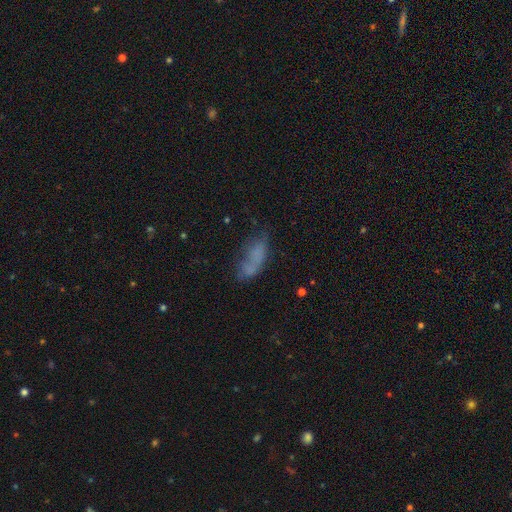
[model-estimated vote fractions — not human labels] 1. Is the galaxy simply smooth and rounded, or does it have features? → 63% smooth, 24% featured or disk, 13% star or artifact.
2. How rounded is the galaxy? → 71% in between, 25% cigar-shaped, 4% round.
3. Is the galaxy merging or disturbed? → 39% none, 24% minor disturbance, 20% major disturbance, 17% merger.